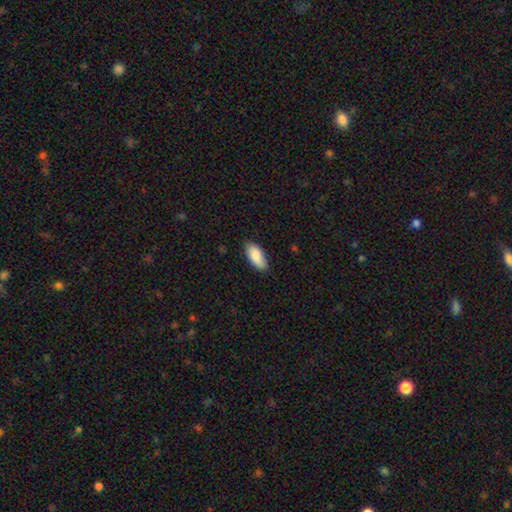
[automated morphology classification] smooth 88%, featured or disk 6%, star or artifact 6%. Down the decision tree: how rounded — in between (89%); merging — none (81%).